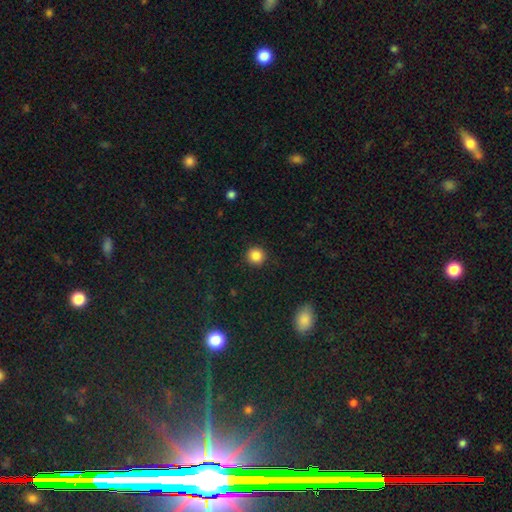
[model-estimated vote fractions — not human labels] Smooth or featured? Predicted: smooth (p=0.86). How rounded? Predicted: round (p=0.93). Merging? Predicted: none (p=0.92).